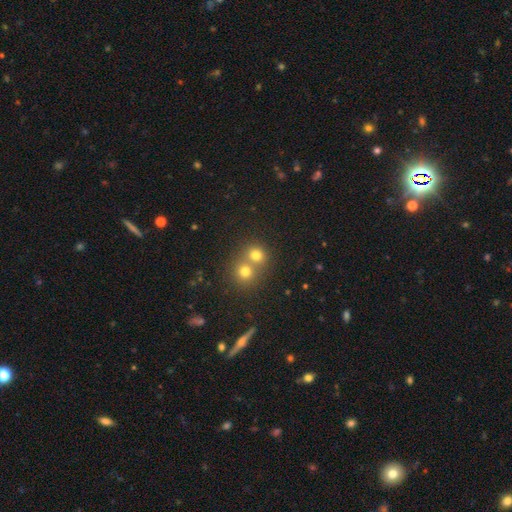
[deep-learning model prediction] Smooth or featured? Predicted: smooth (p=0.68). How rounded? Predicted: round (p=0.84). Merging? Predicted: merger (p=0.51).